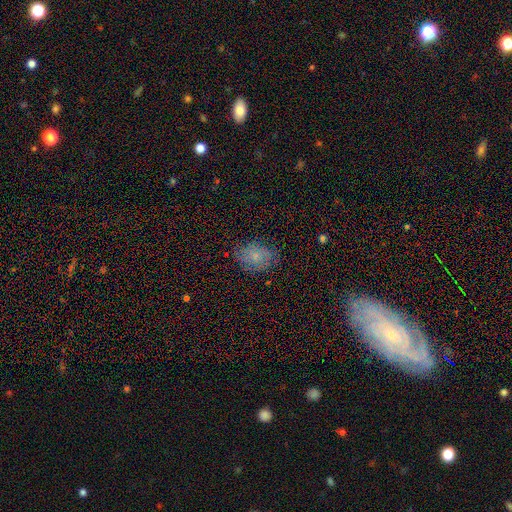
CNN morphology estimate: Smooth or featured: smooth — 68% (featured or disk — 21%)
How rounded: in between — 76% (round — 23%)
Merging: none — 76% (minor disturbance — 18%)